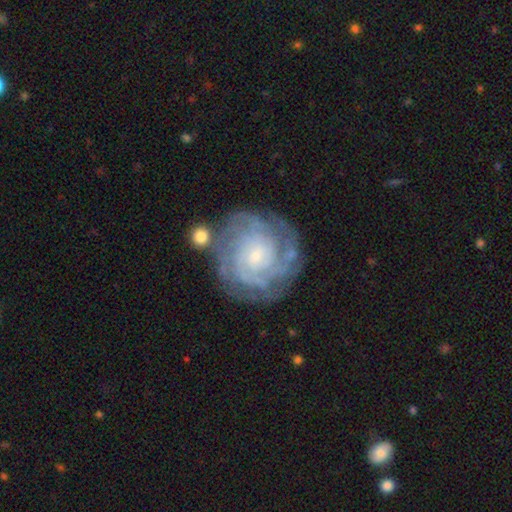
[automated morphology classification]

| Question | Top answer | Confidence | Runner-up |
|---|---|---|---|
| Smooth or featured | featured or disk | 85% | smooth (9%) |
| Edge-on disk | no | 98% | yes (2%) |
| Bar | no | 71% | weak (24%) |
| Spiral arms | yes | 96% | no (4%) |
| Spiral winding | tight | 78% | medium (18%) |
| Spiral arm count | can't tell | 32% | 4 (21%) |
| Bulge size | small | 73% | moderate (20%) |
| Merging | none | 72% | minor disturbance (16%) |